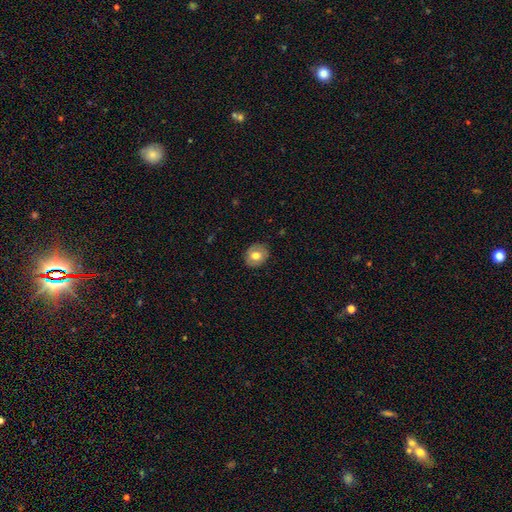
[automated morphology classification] Smooth or featured? smooth (67%)
How rounded? round (68%)
Merging? none (84%)